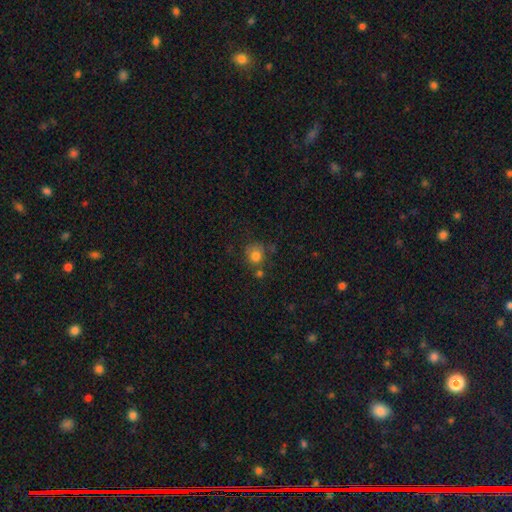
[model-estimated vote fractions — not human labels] smooth 79%, star or artifact 12%, featured or disk 9%. Down the decision tree: how rounded — round (81%); merging — none (58%).